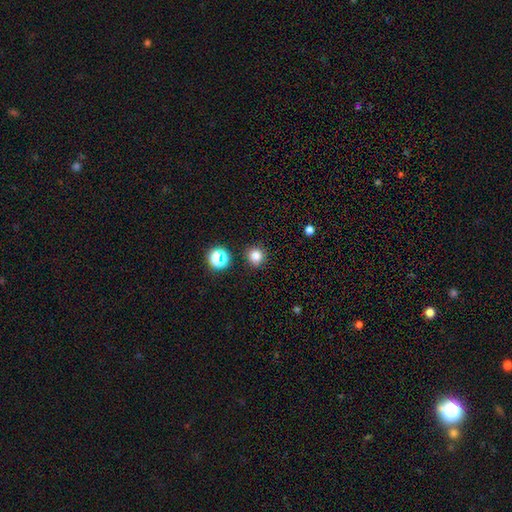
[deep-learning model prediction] Smooth or featured? Predicted: smooth (p=0.79). How rounded? Predicted: round (p=0.93). Merging? Predicted: none (p=0.87).